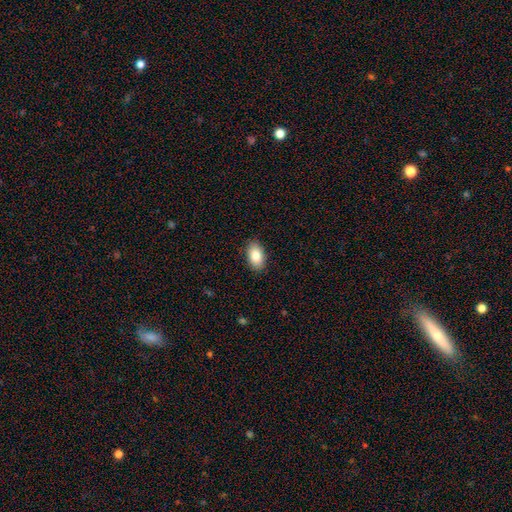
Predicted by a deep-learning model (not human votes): smooth-or-featured: smooth: 86% | featured or disk: 8% | star or artifact: 7%
  how-rounded: in between: 93% | round: 5% | cigar-shaped: 2%
  merging: none: 89% | minor disturbance: 8% | major disturbance: 2% | merger: 1%